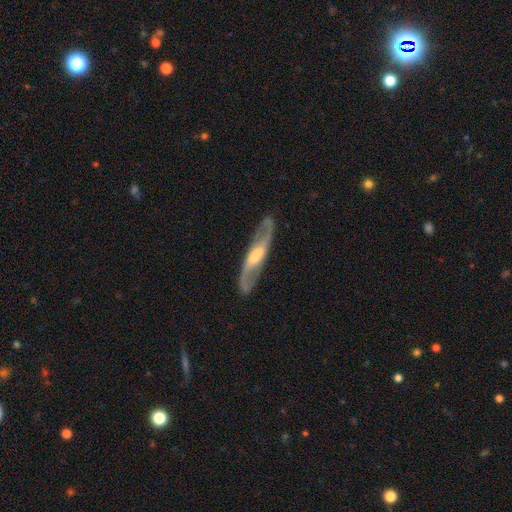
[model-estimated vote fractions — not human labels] Smooth or featured?
  - featured or disk: 85% *
  - smooth: 10%
  - star or artifact: 4%
Edge-on disk?
  - no: 76% *
  - yes: 24%
Bar?
  - weak: 45% *
  - strong: 28%
  - no: 27%
Spiral arms?
  - yes: 95% *
  - no: 5%
Spiral winding?
  - medium: 46% *
  - loose: 40%
  - tight: 14%
Spiral arm count?
  - 2: 92% *
  - can't tell: 4%
  - 1: 1%
  - 3: 1%
  - 4: 1%
  - more than 4: 1%
Bulge size?
  - moderate: 58% *
  - small: 19%
  - large: 18%
  - none: 4%
  - dominant: 1%
Merging?
  - none: 85% *
  - minor disturbance: 11%
  - major disturbance: 3%
  - merger: 1%